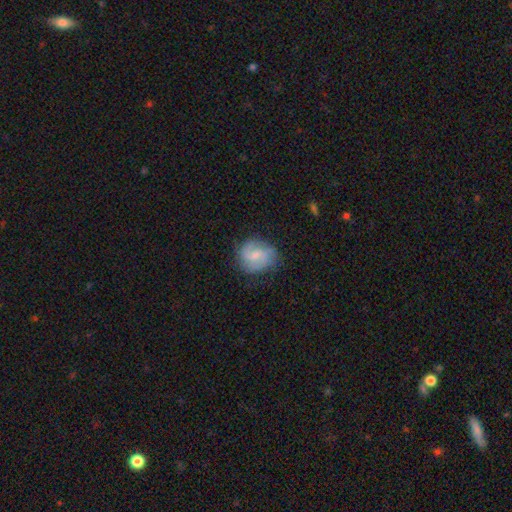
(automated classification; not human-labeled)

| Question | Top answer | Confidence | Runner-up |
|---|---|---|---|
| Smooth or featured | featured or disk | 61% | smooth (33%) |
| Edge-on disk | no | 98% | yes (2%) |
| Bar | weak | 56% | no (31%) |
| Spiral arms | yes | 90% | no (10%) |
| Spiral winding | medium | 48% | tight (26%) |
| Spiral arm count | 2 | 67% | can't tell (15%) |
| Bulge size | small | 53% | moderate (32%) |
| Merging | none | 73% | minor disturbance (18%) |